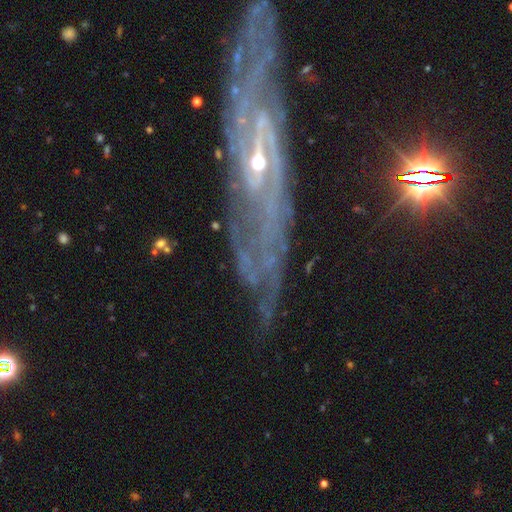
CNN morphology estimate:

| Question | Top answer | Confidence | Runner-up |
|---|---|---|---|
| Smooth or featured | featured or disk | 83% | star or artifact (10%) |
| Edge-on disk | no | 77% | yes (23%) |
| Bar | no | 44% | weak (36%) |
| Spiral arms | yes | 94% | no (6%) |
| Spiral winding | tight | 55% | medium (34%) |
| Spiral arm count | can't tell | 32% | tied: 2 (32%) |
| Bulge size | small | 73% | moderate (22%) |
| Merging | none | 75% | minor disturbance (16%) |